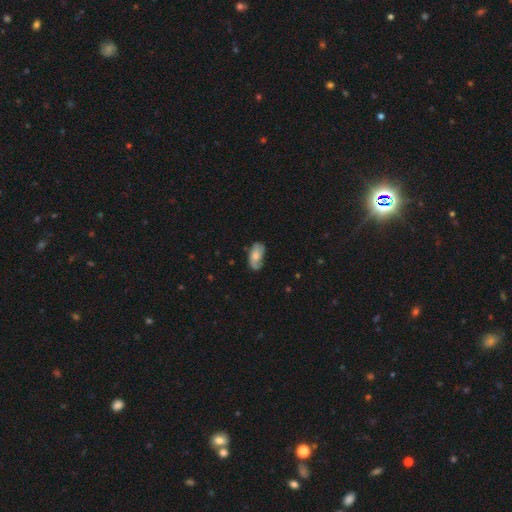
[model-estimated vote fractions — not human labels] Smooth or featured?
  - featured or disk: 48% *
  - smooth: 45%
  - star or artifact: 7%
Merging?
  - none: 61% *
  - minor disturbance: 27%
  - major disturbance: 11%
  - merger: 2%